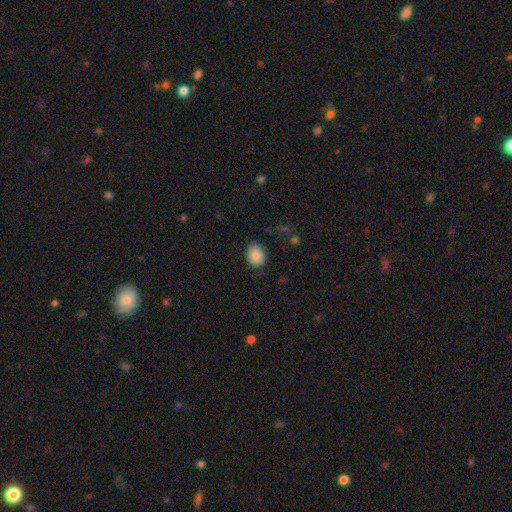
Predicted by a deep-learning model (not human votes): smooth 87%, star or artifact 8%, featured or disk 4%. Down the decision tree: how rounded — in between (57%); merging — none (79%).